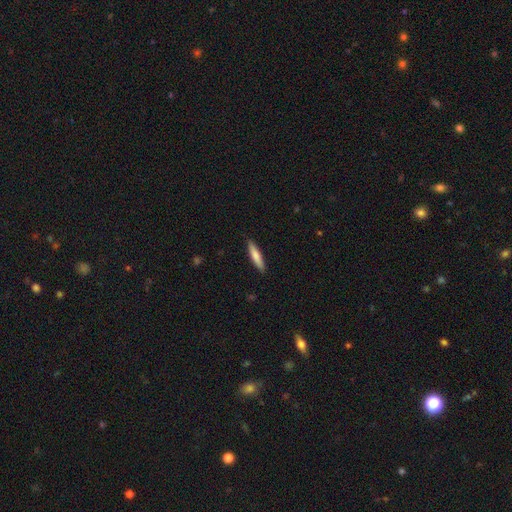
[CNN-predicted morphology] A smooth galaxy with no disk features (77%) that is cigar-shaped (85%). Merging: none (90%).